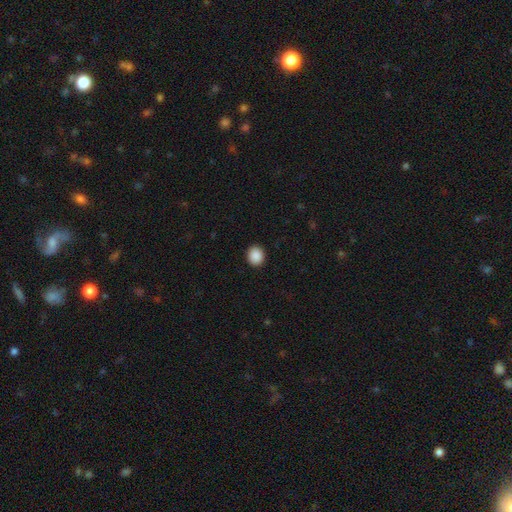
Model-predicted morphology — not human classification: This is clearly a smooth galaxy (90%). How rounded: likely round (69%). Merging: clearly none (92%).